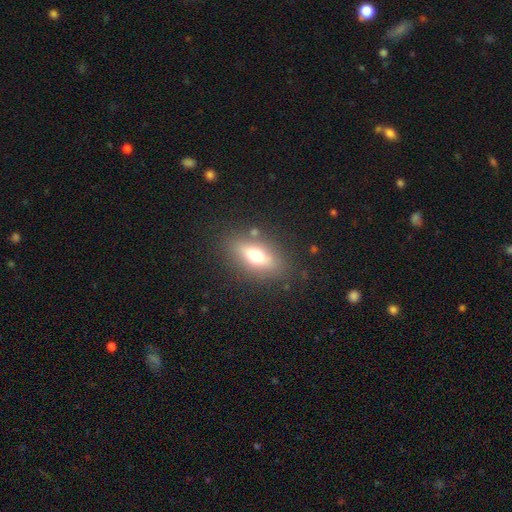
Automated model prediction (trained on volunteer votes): Smooth or featured: smooth — 61% (featured or disk — 29%)
How rounded: in between — 74% (cigar-shaped — 18%)
Merging: none — 81% (minor disturbance — 11%)